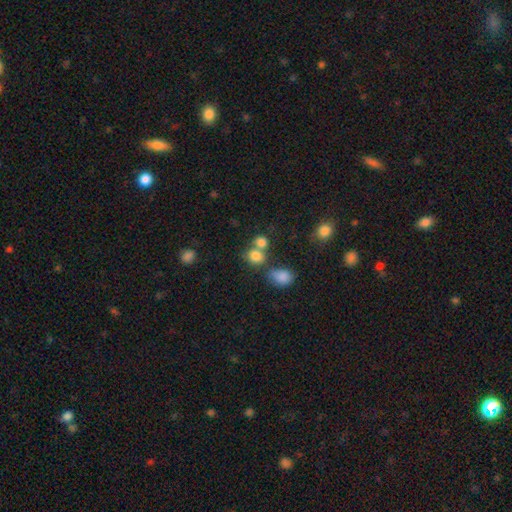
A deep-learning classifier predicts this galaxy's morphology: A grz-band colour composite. It shows a smooth galaxy with no disk features (80%) that is round (68%). Merging: none (47%).